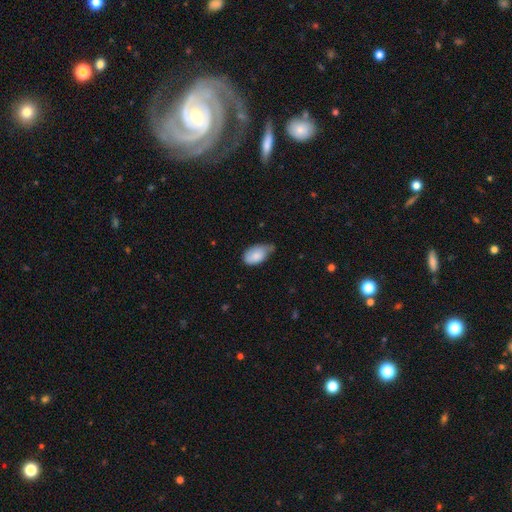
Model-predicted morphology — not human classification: smooth_or_featured: smooth (p=0.83) [alt: featured or disk p=0.10]
how_rounded: in between (p=0.92) [alt: round p=0.06]
merging: minor disturbance (p=0.52) [alt: none p=0.33]